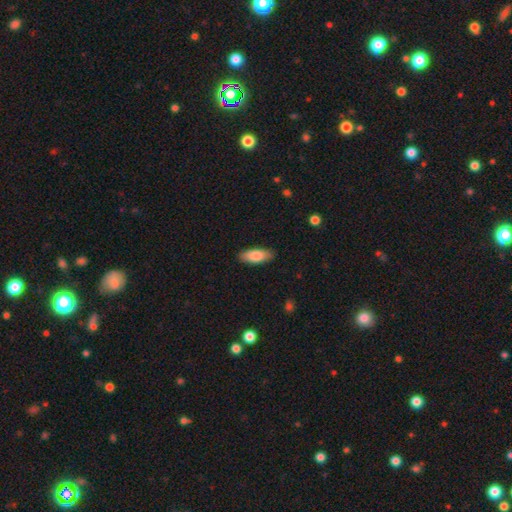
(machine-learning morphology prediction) The model was most divided on "how rounded": in between: 78%, cigar-shaped: 20%, round: 2%. More confident: merging — none (87%); smooth or featured — smooth (84%).